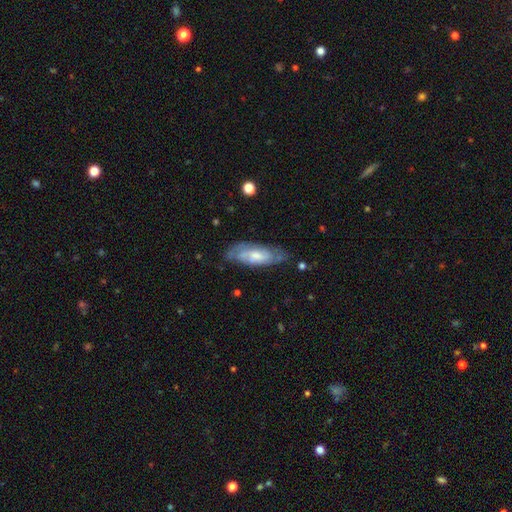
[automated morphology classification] The model was most divided on "bulge size": moderate: 46%, small: 38%, large: 9%, none: 6%, dominant: 1%. More confident: edge-on disk — no (83%); spiral arms — yes (80%); merging — none (68%); bar — no (65%); smooth or featured — featured or disk (60%).